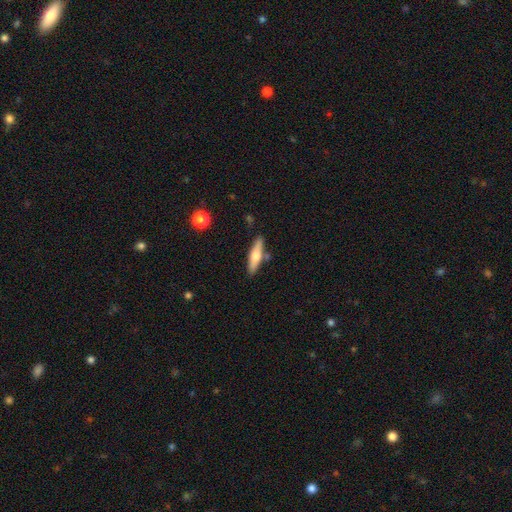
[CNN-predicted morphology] The model was most divided on "smooth or featured": smooth: 54%, featured or disk: 40%, star or artifact: 6%. More confident: merging — none (79%); how rounded — cigar-shaped (72%).